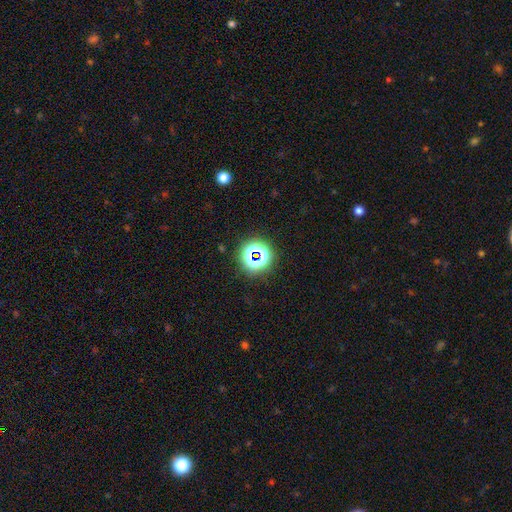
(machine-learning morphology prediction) star or artifact 64%, smooth 27%, featured or disk 10%.